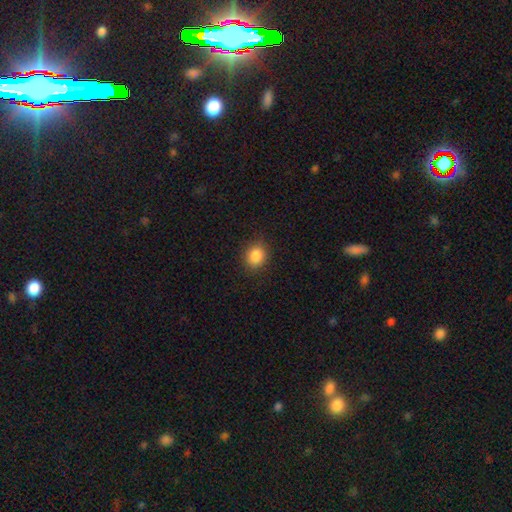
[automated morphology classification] smooth 87%, star or artifact 9%, featured or disk 4%. Down the decision tree: how rounded — round (66%); merging — none (88%).